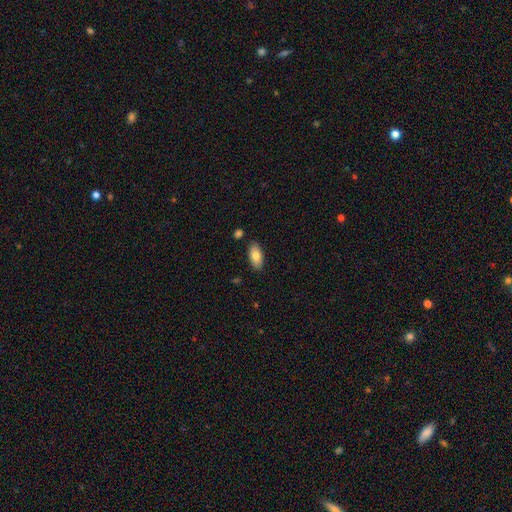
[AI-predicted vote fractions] A smooth galaxy with no disk features (81%) that is in between round and cigar-shaped (91%). Merging: none (86%).